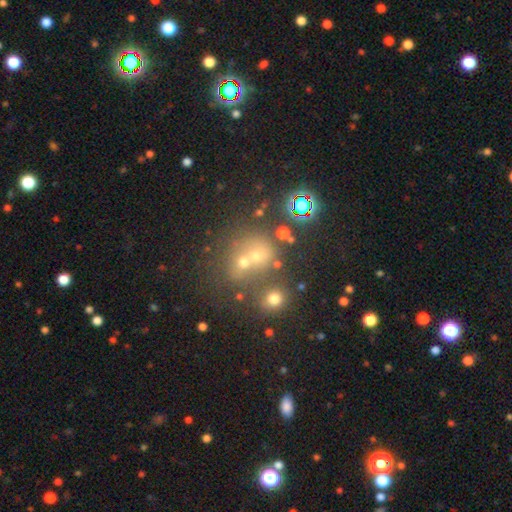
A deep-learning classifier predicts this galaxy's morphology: This appears to be a smooth galaxy with no disk features (42%, tied with star or artifact). Merging: none (45%).